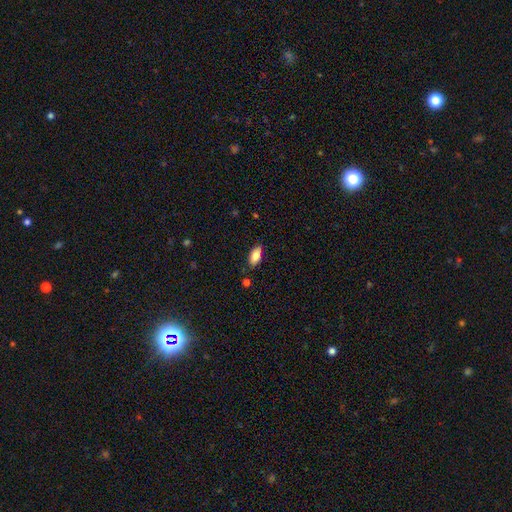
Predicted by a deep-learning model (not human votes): Smooth or featured?
  - smooth: 84% *
  - featured or disk: 9%
  - star or artifact: 7%
How rounded?
  - in between: 88% *
  - cigar-shaped: 9%
  - round: 3%
Merging?
  - none: 80% *
  - minor disturbance: 15%
  - major disturbance: 3%
  - merger: 2%